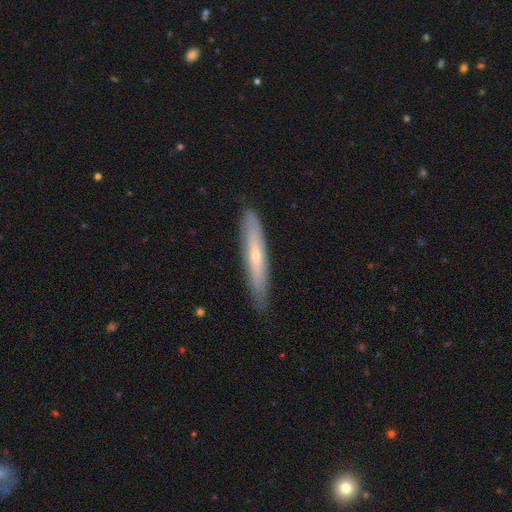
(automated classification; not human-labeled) Smooth or featured? featured or disk (53%)
Edge-on disk? yes (75%)
Merging? none (84%)